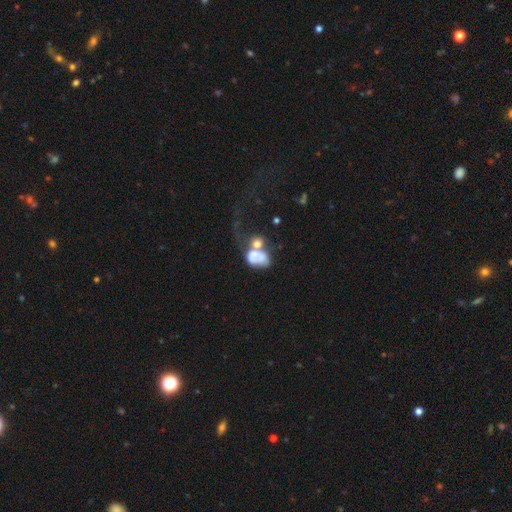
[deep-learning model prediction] A smooth galaxy with no disk features (51%) that is in between round and cigar-shaped (69%). Merging: merger (45%).